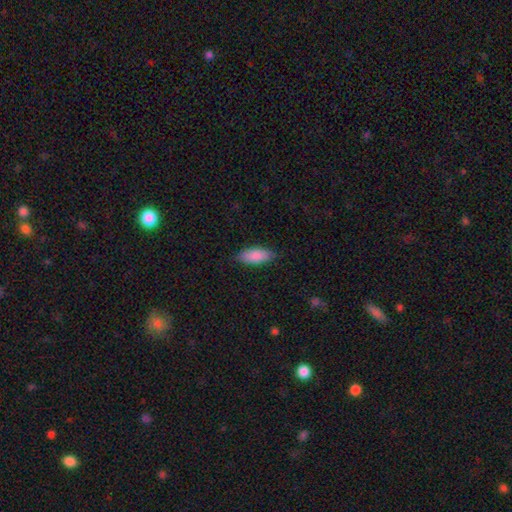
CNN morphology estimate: This appears to be a smooth galaxy with no disk features (87%) that is in between round and cigar-shaped (81%). Merging: none (83%).